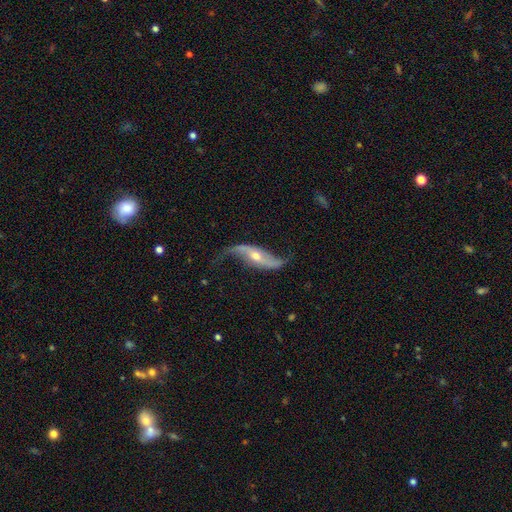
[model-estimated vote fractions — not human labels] This appears to be a featured or disk galaxy (89%) with no bar (41%), 2 (93%) loose (91%) spiral arms (96%) and a moderate central bulge (54%). Merging: none (69%).